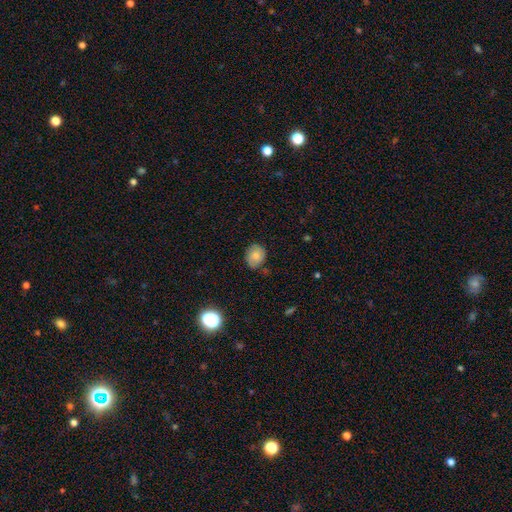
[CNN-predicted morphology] Smooth or featured? smooth (67%)
How rounded? round (64%)
Merging? none (73%)